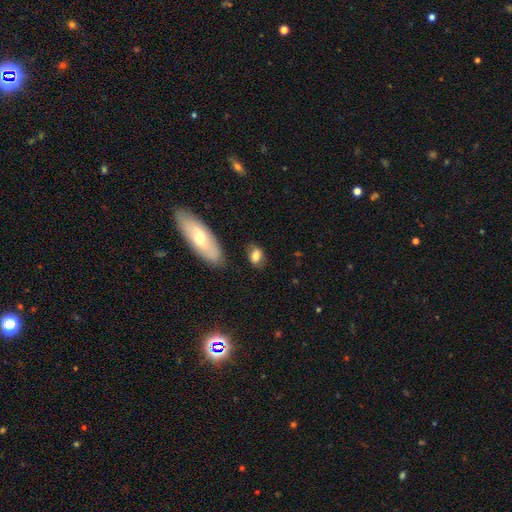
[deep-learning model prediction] smooth-or-featured: smooth: 76% | featured or disk: 15% | star or artifact: 9%
  how-rounded: in between: 77% | round: 20% | cigar-shaped: 3%
  merging: none: 68% | minor disturbance: 21% | major disturbance: 6% | merger: 5%